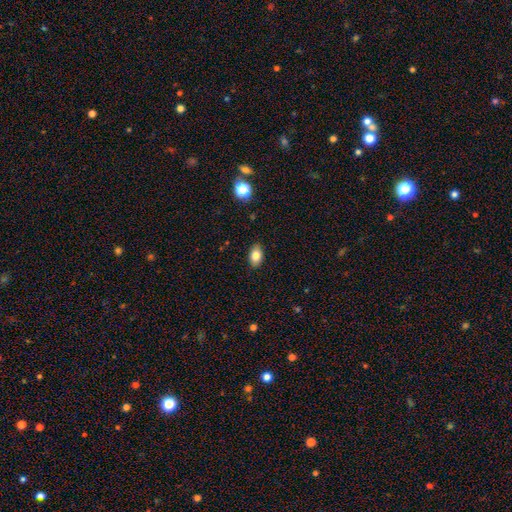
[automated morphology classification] This is clearly a smooth galaxy (81%). How rounded: clearly in between (88%). Merging: clearly none (88%).